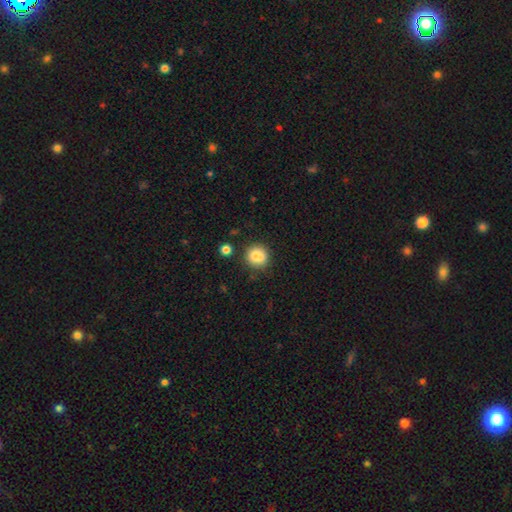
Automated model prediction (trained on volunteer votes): smooth_or_featured: smooth (p=0.83) [alt: star or artifact p=0.10]
how_rounded: round (p=0.85) [alt: in between p=0.14]
merging: none (p=0.76) [alt: minor disturbance p=0.12]